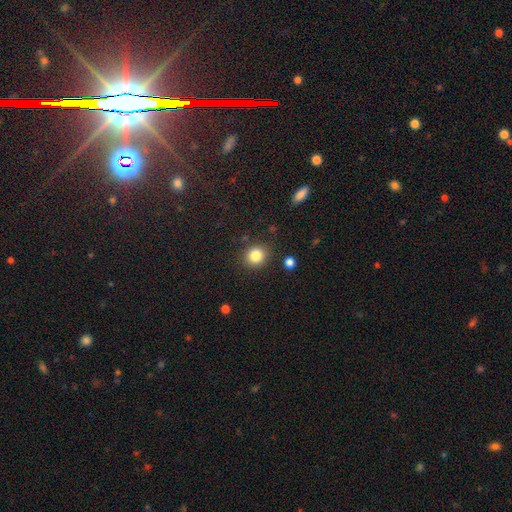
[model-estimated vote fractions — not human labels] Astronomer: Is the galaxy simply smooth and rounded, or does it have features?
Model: smooth — 84%.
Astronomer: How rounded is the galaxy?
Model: round — 82%.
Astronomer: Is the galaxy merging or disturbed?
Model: none — 87%.